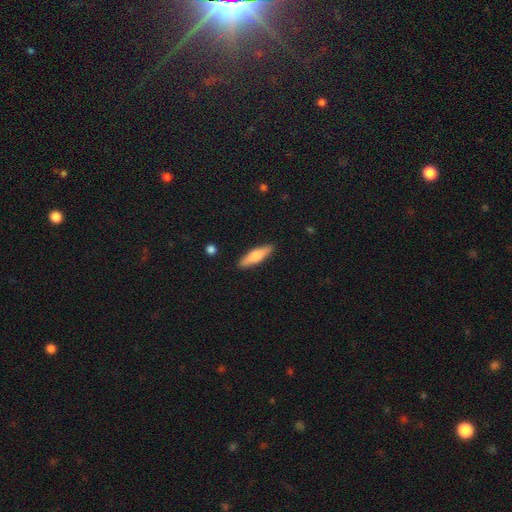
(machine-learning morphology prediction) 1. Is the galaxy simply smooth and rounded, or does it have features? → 63% smooth, 32% featured or disk, 5% star or artifact.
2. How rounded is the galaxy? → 66% cigar-shaped, 32% in between, 2% round.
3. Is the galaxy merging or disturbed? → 89% none, 8% minor disturbance, 2% major disturbance, 1% merger.